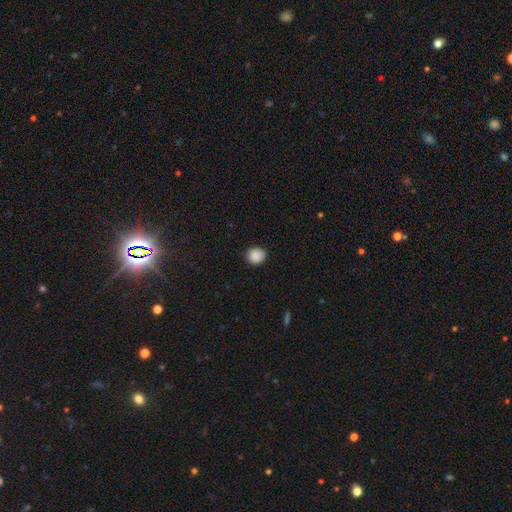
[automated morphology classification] type=smooth (88%); roundness=round (81%); merging=none (81%).